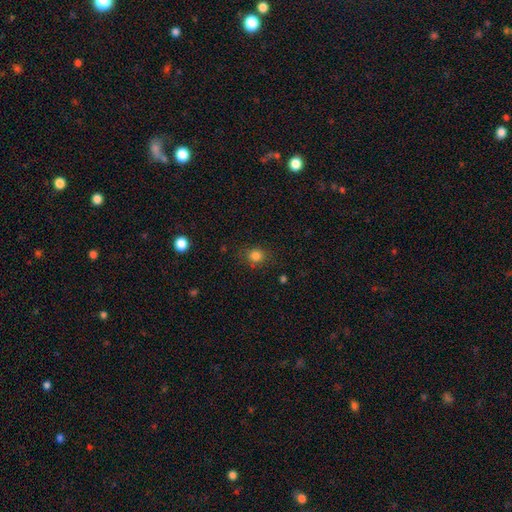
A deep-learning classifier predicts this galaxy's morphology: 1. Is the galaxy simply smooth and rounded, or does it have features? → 82% smooth, 13% star or artifact, 5% featured or disk.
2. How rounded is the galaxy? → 77% round, 22% in between, 1% cigar-shaped.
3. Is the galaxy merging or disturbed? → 81% none, 13% minor disturbance, 4% major disturbance, 2% merger.